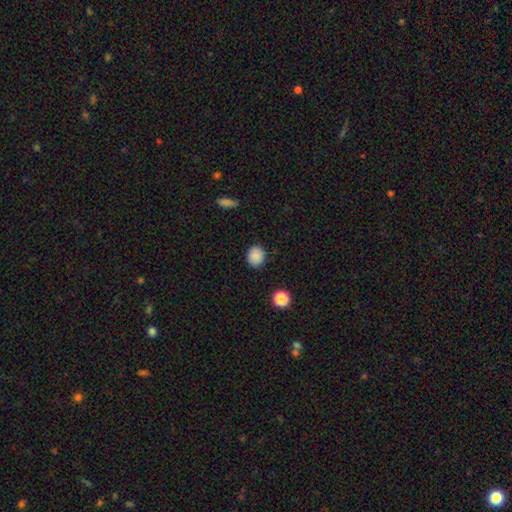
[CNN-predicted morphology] Overall: smooth (87%). How rounded: round (76%). Merging: none (89%).